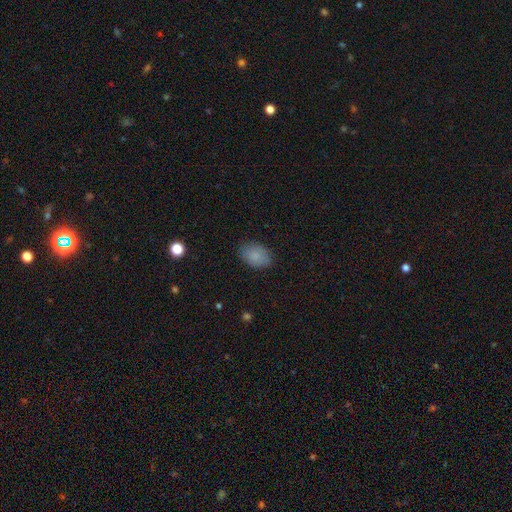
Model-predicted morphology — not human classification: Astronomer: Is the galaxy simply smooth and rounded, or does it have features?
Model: smooth — 87%.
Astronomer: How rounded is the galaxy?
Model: in between — 84%.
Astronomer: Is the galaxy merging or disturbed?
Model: none — 84%.